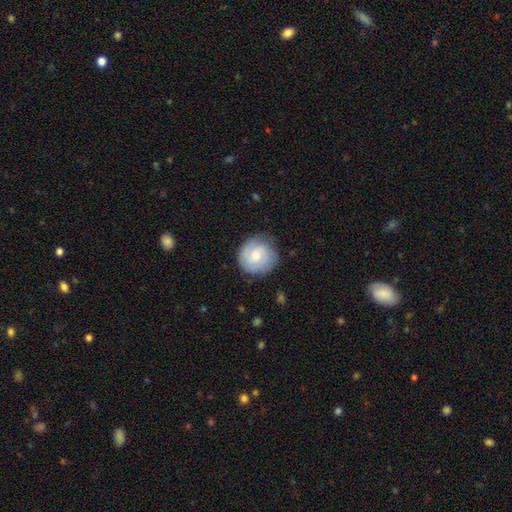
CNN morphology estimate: Smooth or featured? Predicted: smooth (p=0.51). How rounded? Predicted: round (p=0.91). Merging? Predicted: none (p=0.79).